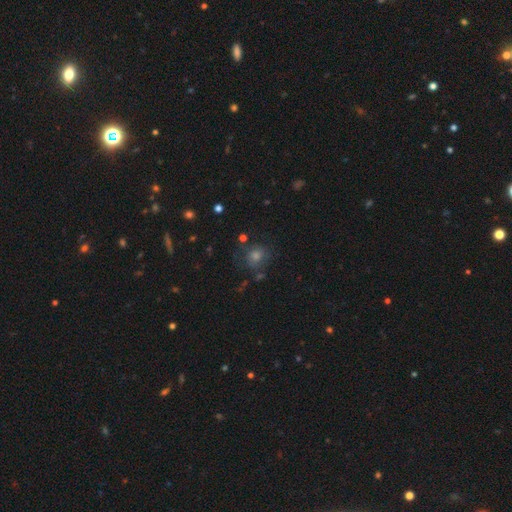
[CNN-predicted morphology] smooth 56%, star or artifact 27%, featured or disk 17%. Down the decision tree: how rounded — round (83%); merging — none (73%).